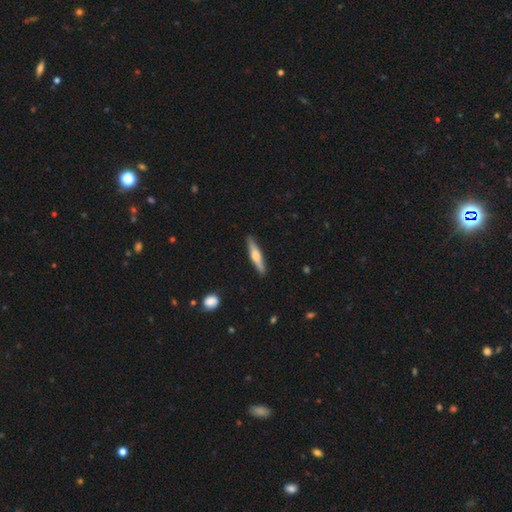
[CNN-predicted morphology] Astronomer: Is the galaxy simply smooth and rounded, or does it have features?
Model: featured or disk — 50% (runner-up: smooth, 45%).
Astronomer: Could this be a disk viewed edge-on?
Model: yes — 95%.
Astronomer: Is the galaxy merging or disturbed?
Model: none — 90%.